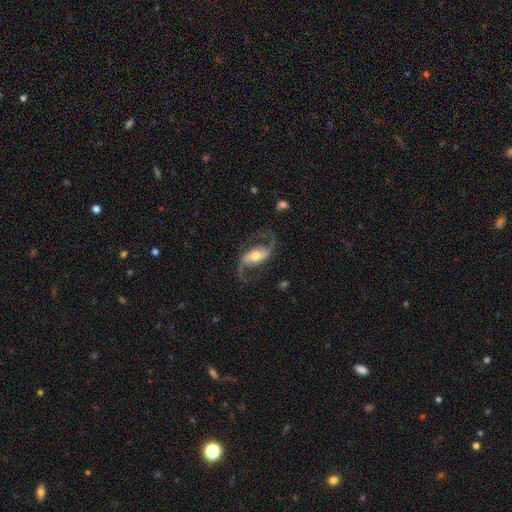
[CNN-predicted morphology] A featured or disk galaxy (91%) with a weak bar (37%), 2 (94%) loose (65%) spiral arms (97%) and a moderate central bulge (66%).

Vote fractions:
- Smooth or featured? featured or disk: 91% / smooth: 5% / star or artifact: 5%
- Edge-on disk? no: 97% / yes: 3%
- Bar? weak: 37% / strong: 36% / no: 26%
- Spiral arms? yes: 97% / no: 3%
- Spiral winding? loose: 65% / medium: 30% / tight: 6%
- Spiral arm count? 2: 94% / 1: 2% / can't tell: 1% / 3: 1% / 4: 1% / more than 4: 1%
- Bulge size? moderate: 66% / small: 21% / large: 10% / dominant: 1% / none: 1%
- Merging? none: 78% / minor disturbance: 12% / major disturbance: 8% / merger: 2%